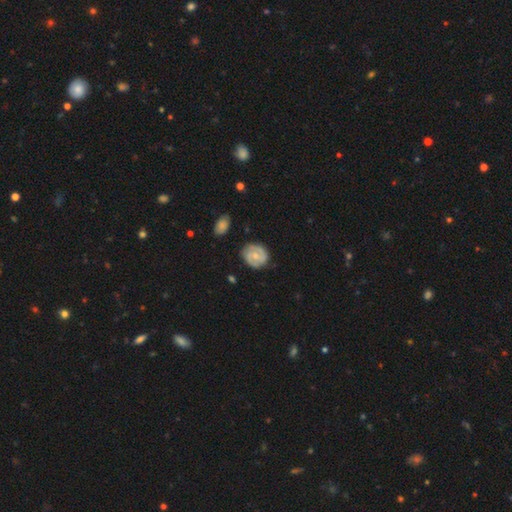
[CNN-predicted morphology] Smooth or featured: featured or disk — 68% (smooth — 26%)
Edge-on disk: no — 98% (yes — 2%)
Bar: no — 48% (weak — 44%)
Spiral arms: yes — 91% (no — 9%)
Spiral winding: tight — 50% (medium — 39%)
Spiral arm count: 2 — 76% (can't tell — 12%)
Bulge size: small — 54% (moderate — 38%)
Merging: none — 78% (minor disturbance — 16%)